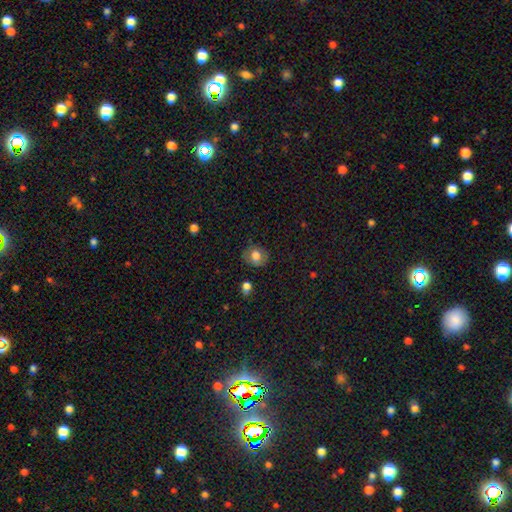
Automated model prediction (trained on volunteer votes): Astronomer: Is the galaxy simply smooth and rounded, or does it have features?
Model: smooth — 74%.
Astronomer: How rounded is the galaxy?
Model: round — 64%.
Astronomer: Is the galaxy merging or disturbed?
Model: none — 76%.